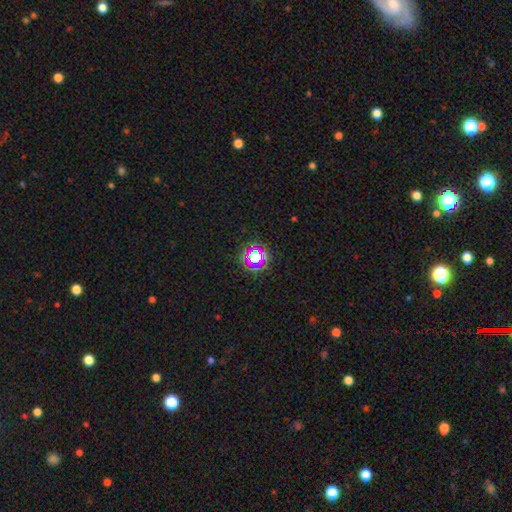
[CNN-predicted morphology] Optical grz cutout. It shows a star or artifact, not a galaxy (64%).